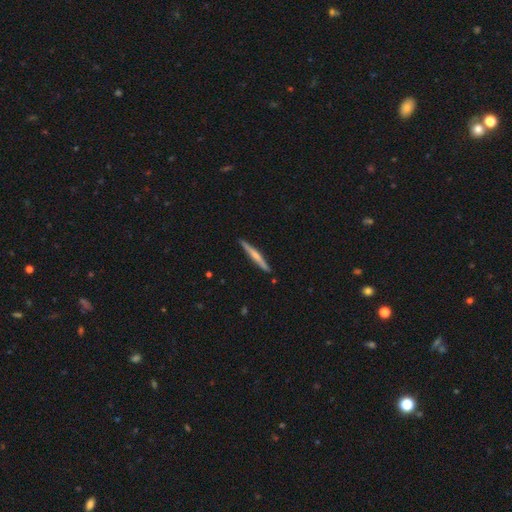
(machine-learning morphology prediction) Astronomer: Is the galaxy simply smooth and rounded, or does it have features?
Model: featured or disk — 49% (runner-up: smooth, 46%).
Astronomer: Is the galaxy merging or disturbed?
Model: none — 90%.